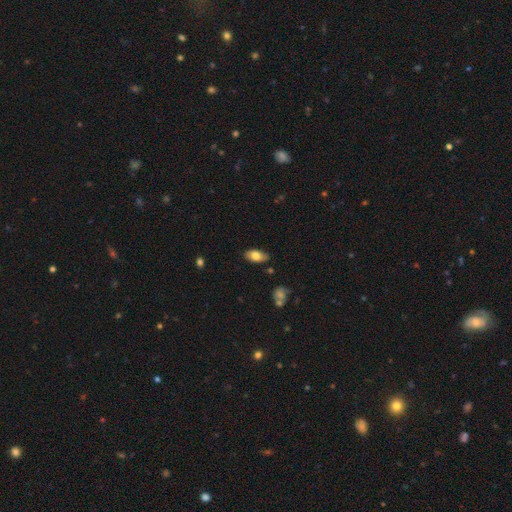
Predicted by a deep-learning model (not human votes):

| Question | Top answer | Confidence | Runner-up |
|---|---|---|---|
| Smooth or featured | smooth | 78% | featured or disk (16%) |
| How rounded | in between | 93% | cigar-shaped (4%) |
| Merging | none | 82% | minor disturbance (14%) |